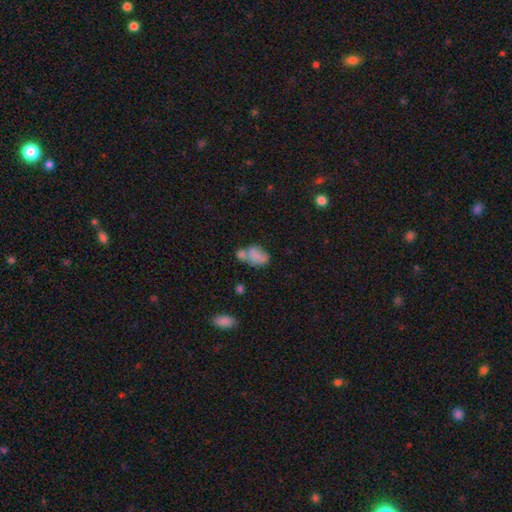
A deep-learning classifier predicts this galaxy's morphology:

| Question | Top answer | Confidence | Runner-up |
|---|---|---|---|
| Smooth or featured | smooth | 76% | featured or disk (14%) |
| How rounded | in between | 83% | round (15%) |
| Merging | merger | 48% | none (28%) |